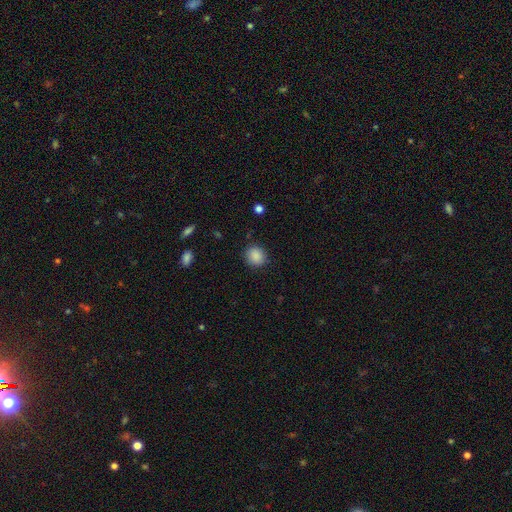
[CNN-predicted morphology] This appears to be a smooth galaxy with no disk features (88%) that is round (76%). Merging: none (85%).